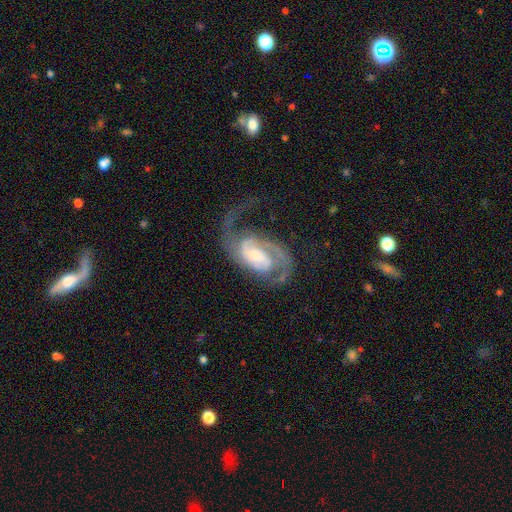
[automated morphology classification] A featured or disk galaxy (89%) with a weak bar (46%), 2 (70%) medium (48%) spiral arms (97%) and a small central bulge (39%). Merging: none (44%).